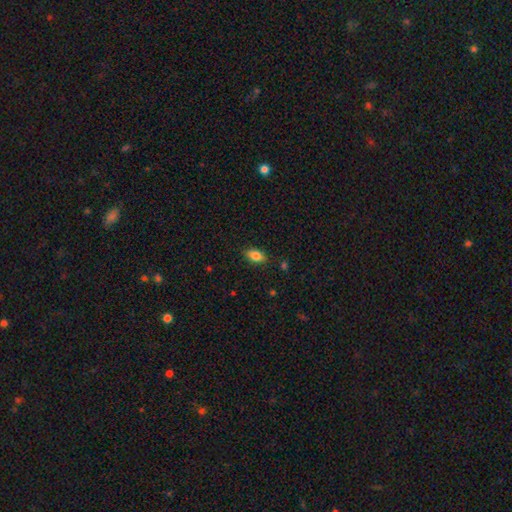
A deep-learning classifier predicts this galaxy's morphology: smooth 82%, featured or disk 9%, star or artifact 8%. Down the decision tree: how rounded — in between (87%); merging — none (86%).